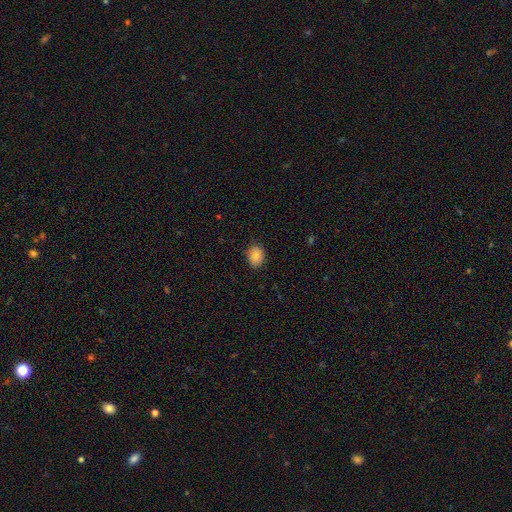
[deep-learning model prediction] The model was most divided on "how rounded": in between: 60%, round: 39%, cigar-shaped: 1%. More confident: smooth or featured — smooth (85%); merging — none (83%).